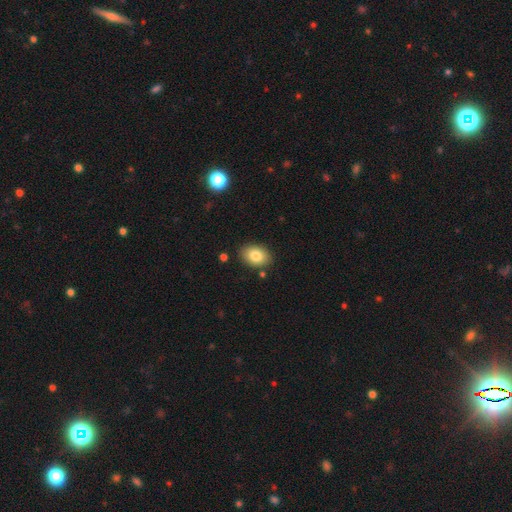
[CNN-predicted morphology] Overall: smooth (83%). How rounded: in between (77%). Merging: none (85%).